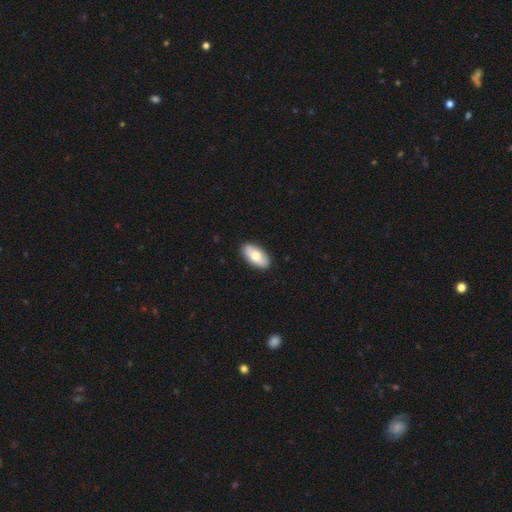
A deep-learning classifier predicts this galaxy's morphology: A smooth galaxy with no disk features (71%) that is in between round and cigar-shaped (94%). Merging: none (90%).